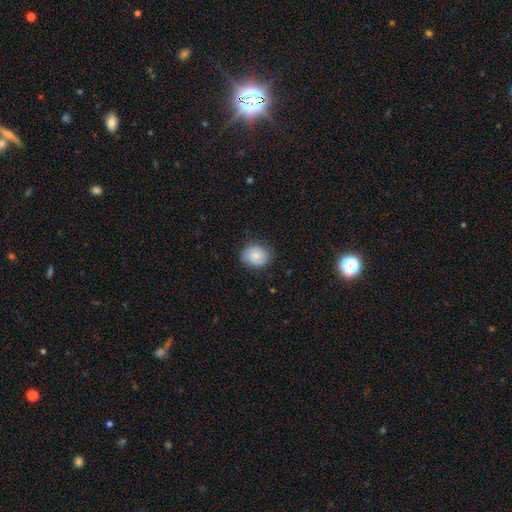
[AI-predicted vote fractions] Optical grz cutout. It shows a smooth galaxy with no disk features (83%) that is round (66%). Merging: none (79%).